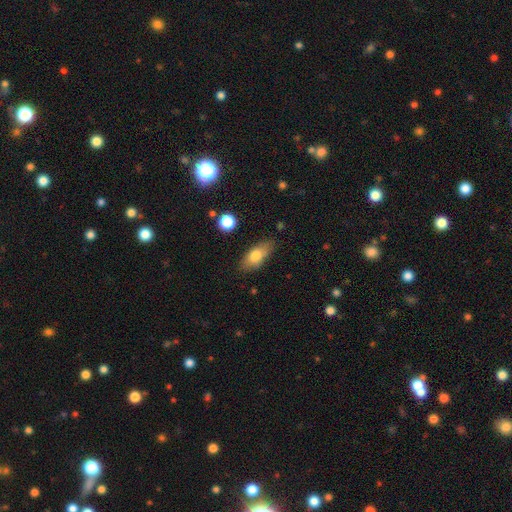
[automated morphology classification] Overall: smooth (74%). How rounded: in between (83%). Merging: none (78%).